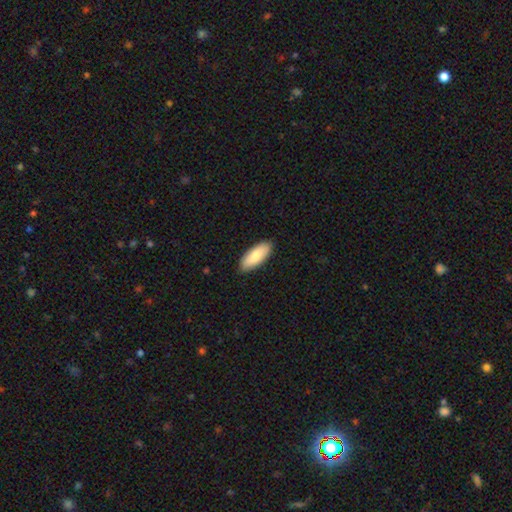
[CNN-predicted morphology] Q: Smooth or featured?
A: smooth (81%); runner-up: featured or disk (13%)
Q: How rounded?
A: in between (79%); runner-up: cigar-shaped (19%)
Q: Merging?
A: none (89%); runner-up: minor disturbance (9%)